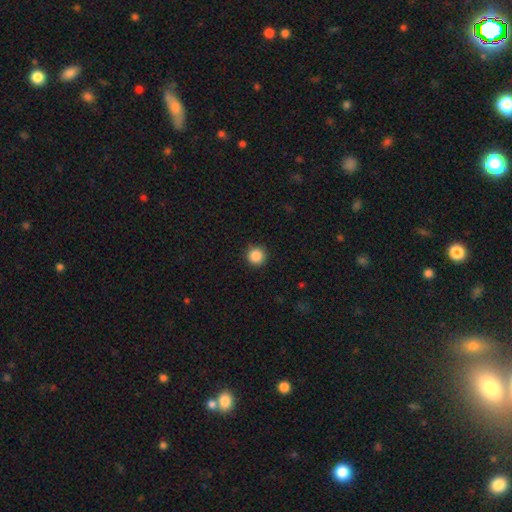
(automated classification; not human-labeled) Smooth or featured? smooth (87%)
How rounded? round (95%)
Merging? none (92%)